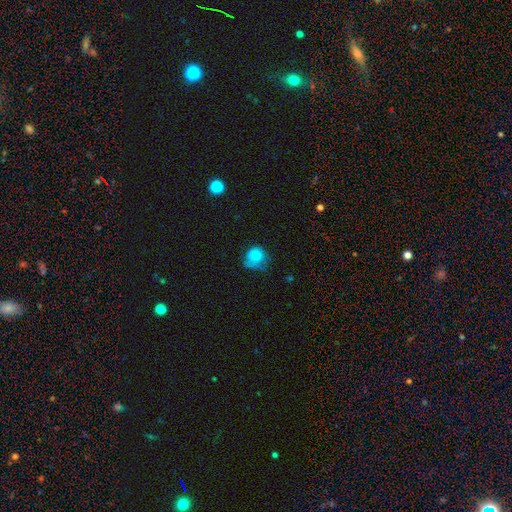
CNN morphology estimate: smooth_or_featured: smooth (p=0.74) [alt: featured or disk p=0.17]
how_rounded: round (p=0.77) [alt: in between p=0.22]
merging: none (p=0.43) [alt: minor disturbance p=0.34]